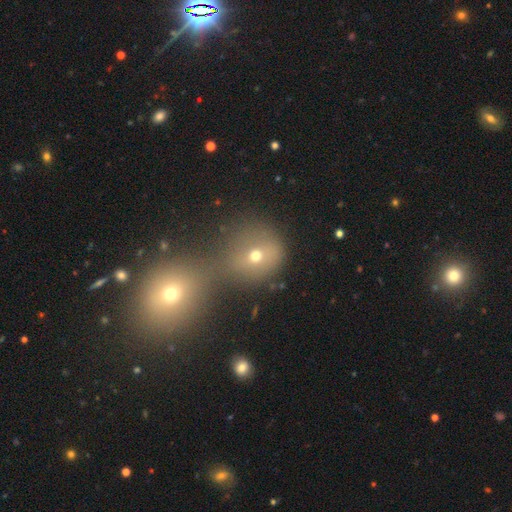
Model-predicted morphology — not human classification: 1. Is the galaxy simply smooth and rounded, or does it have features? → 62% smooth, 20% star or artifact, 18% featured or disk.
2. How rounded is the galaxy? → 80% round, 19% in between, 1% cigar-shaped.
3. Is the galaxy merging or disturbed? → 54% merger, 32% none, 7% minor disturbance, 6% major disturbance.